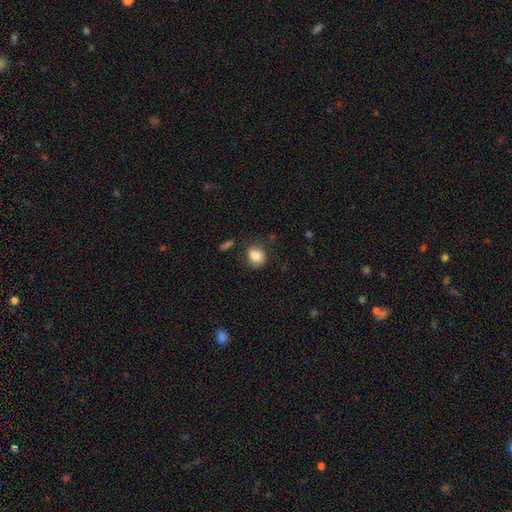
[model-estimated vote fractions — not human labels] Smooth or featured: smooth — 85% (star or artifact — 9%)
How rounded: round — 63% (in between — 36%)
Merging: none — 73% (minor disturbance — 18%)